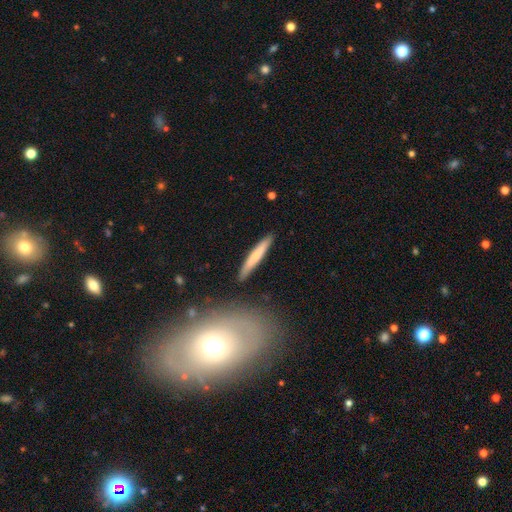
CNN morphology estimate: Smooth or featured: smooth — 66% (featured or disk — 29%)
How rounded: cigar-shaped — 94% (in between — 5%)
Merging: none — 87% (minor disturbance — 9%)